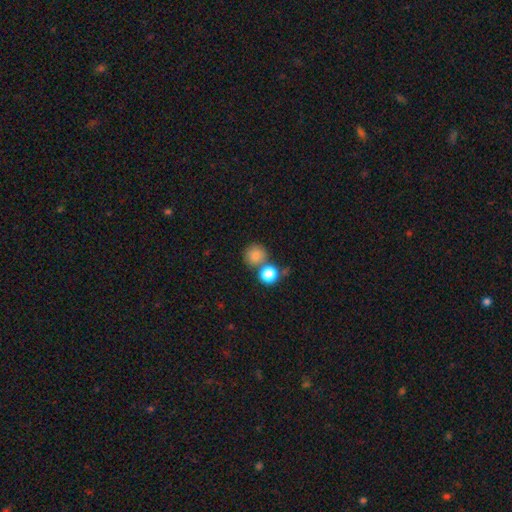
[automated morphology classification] type=smooth (82%); roundness=round (88%); merging=none (60%).